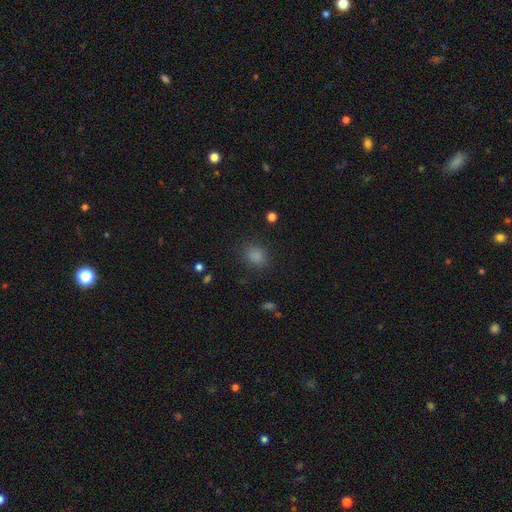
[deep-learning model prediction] A smooth galaxy with no disk features (83%) that is round (57%).

Vote fractions:
- Smooth or featured? smooth: 83% / star or artifact: 13% / featured or disk: 4%
- How rounded? round: 57% / in between: 42% / cigar-shaped: 1%
- Merging? none: 85% / minor disturbance: 10% / major disturbance: 4% / merger: 1%